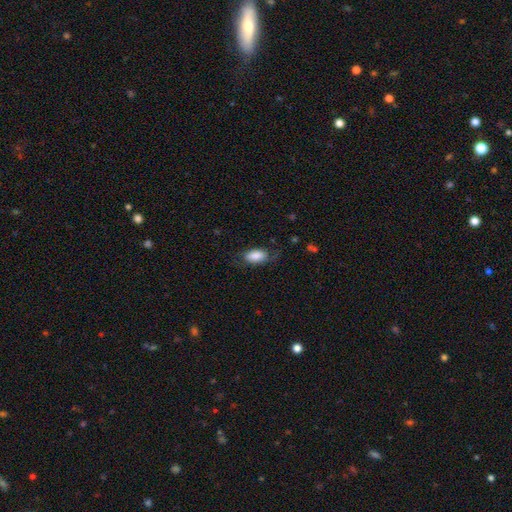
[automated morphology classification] Overall: smooth (80%). How rounded: in between (91%). Merging: none (63%).